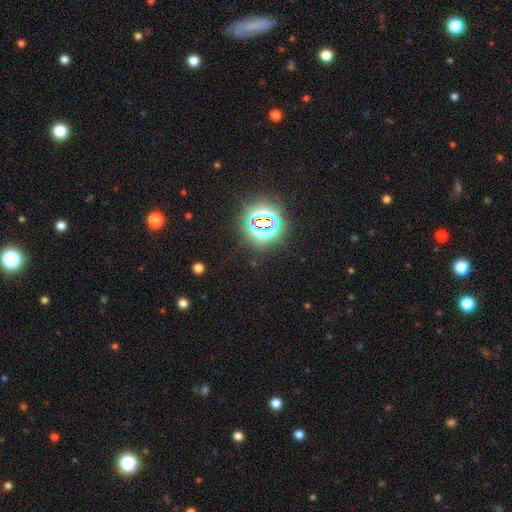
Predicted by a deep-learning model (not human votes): This appears to be a star or artifact, not a galaxy (77%).